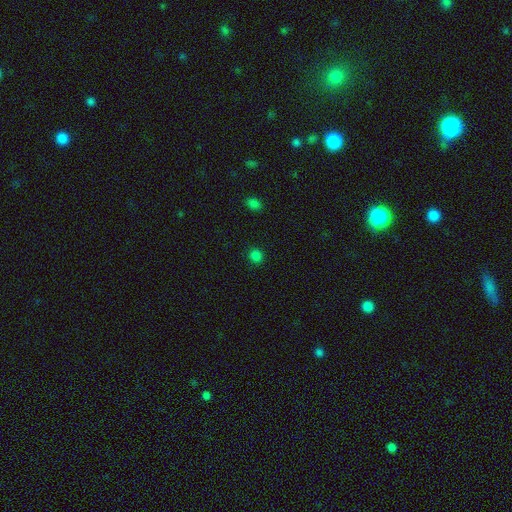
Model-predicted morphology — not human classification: This appears to be a smooth galaxy with no disk features (81%) that is round (86%). Merging: none (91%).